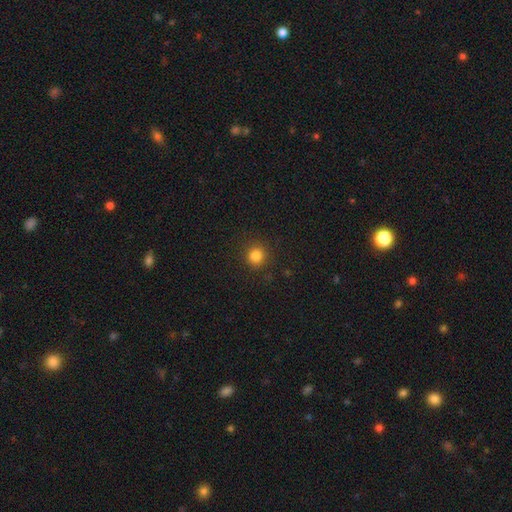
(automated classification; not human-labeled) Overall: smooth (83%). How rounded: round (90%). Merging: none (88%).